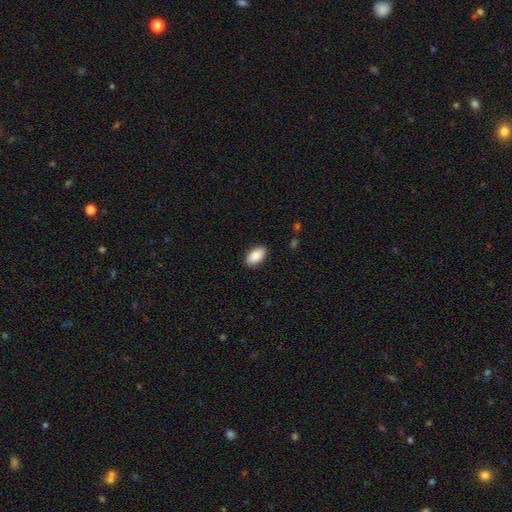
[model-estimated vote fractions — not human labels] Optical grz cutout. It shows a smooth galaxy with no disk features (86%) that is in between round and cigar-shaped (95%). Merging: none (88%).